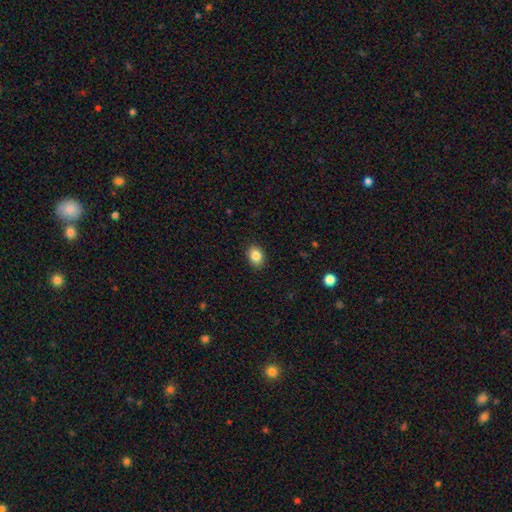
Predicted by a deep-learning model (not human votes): Q: Smooth or featured?
A: smooth (86%); runner-up: star or artifact (9%)
Q: How rounded?
A: in between (58%); runner-up: round (41%)
Q: Merging?
A: none (90%); runner-up: minor disturbance (7%)